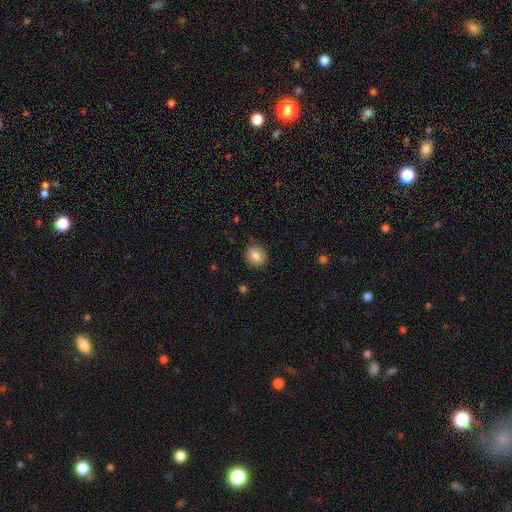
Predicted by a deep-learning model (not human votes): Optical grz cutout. It shows a smooth galaxy with no disk features (83%) that is round (66%). Merging: none (86%).